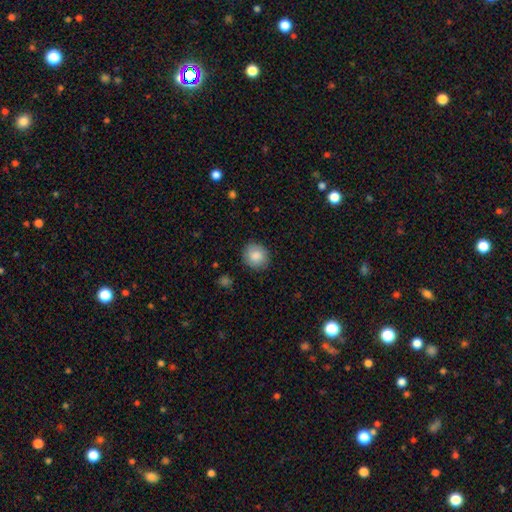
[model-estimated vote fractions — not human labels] Smooth or featured?
  - smooth: 85% *
  - featured or disk: 8%
  - star or artifact: 7%
How rounded?
  - round: 81% *
  - in between: 18%
  - cigar-shaped: 1%
Merging?
  - none: 87% *
  - minor disturbance: 9%
  - major disturbance: 3%
  - merger: 1%